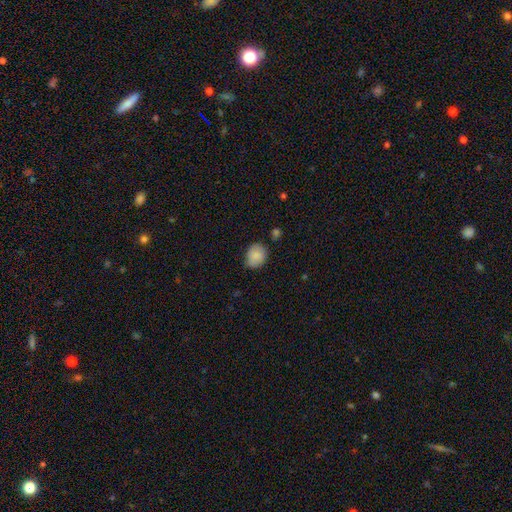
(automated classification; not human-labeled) Smooth or featured?
  - smooth: 83% *
  - featured or disk: 9%
  - star or artifact: 7%
How rounded?
  - round: 51% *
  - in between: 48%
  - cigar-shaped: 1%
Merging?
  - none: 70% *
  - minor disturbance: 23%
  - major disturbance: 4%
  - merger: 2%